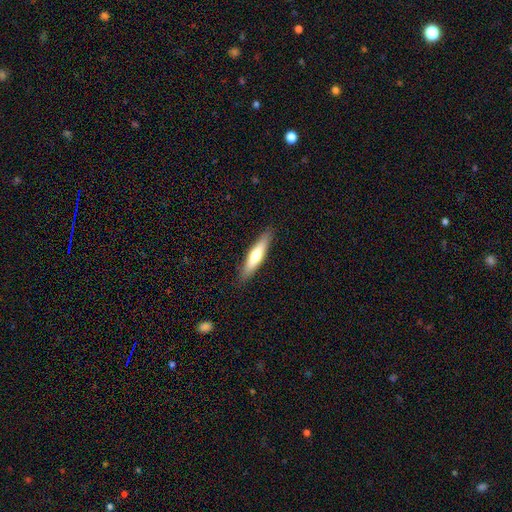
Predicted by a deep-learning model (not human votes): smooth 56%, featured or disk 38%, star or artifact 5%. Down the decision tree: how rounded — cigar-shaped (82%); merging — none (89%).